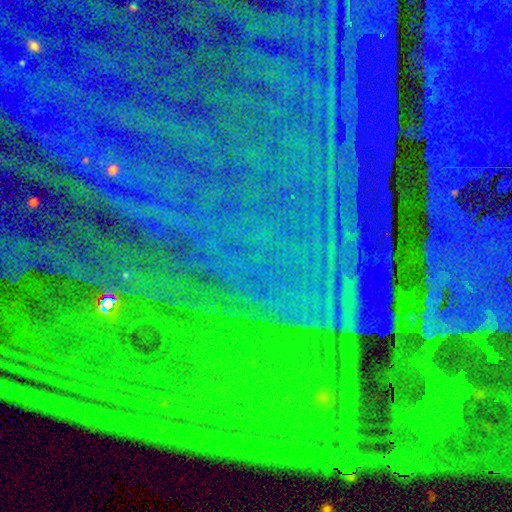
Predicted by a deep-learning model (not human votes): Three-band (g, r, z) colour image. It shows a star or artifact, not a galaxy (88%).